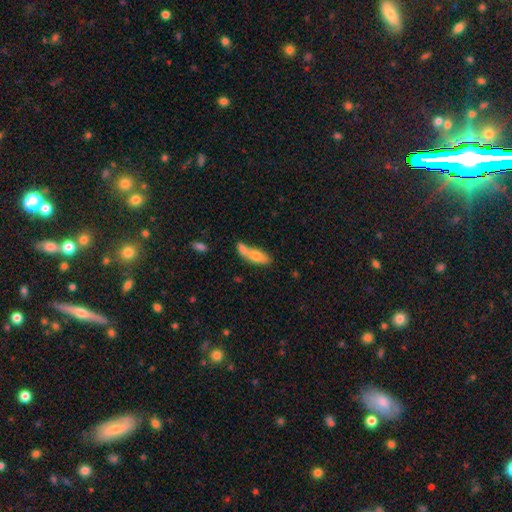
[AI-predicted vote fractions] This appears to be a smooth galaxy with no disk features (71%) that is in between round and cigar-shaped (64%). Merging: merger (47%).